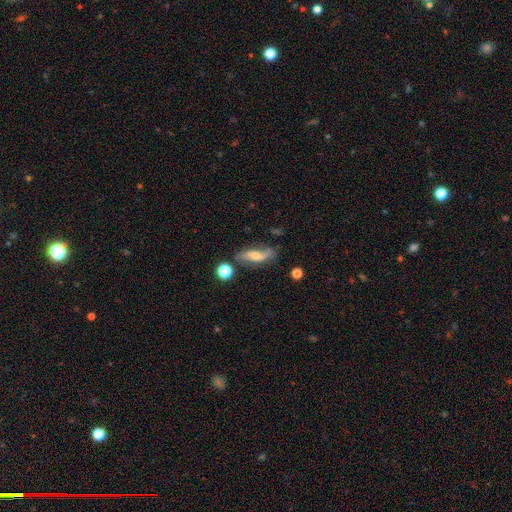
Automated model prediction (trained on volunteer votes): Smooth or featured?
  - featured or disk: 60% *
  - smooth: 31%
  - star or artifact: 9%
Edge-on disk?
  - no: 85% *
  - yes: 15%
Bar?
  - no: 54% *
  - weak: 32%
  - strong: 14%
Spiral arms?
  - yes: 87% *
  - no: 13%
Bulge size?
  - moderate: 45% *
  - small: 40%
  - large: 7%
  - none: 6%
  - dominant: 2%
Merging?
  - none: 60% *
  - minor disturbance: 23%
  - major disturbance: 11%
  - merger: 6%